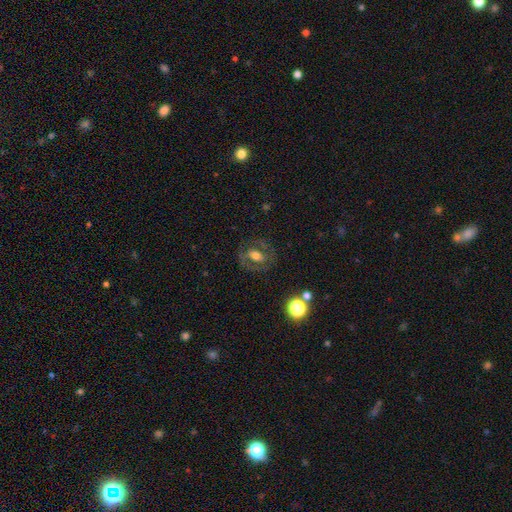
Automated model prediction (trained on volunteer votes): This appears to be a featured or disk galaxy (52%). Merging: none (73%).